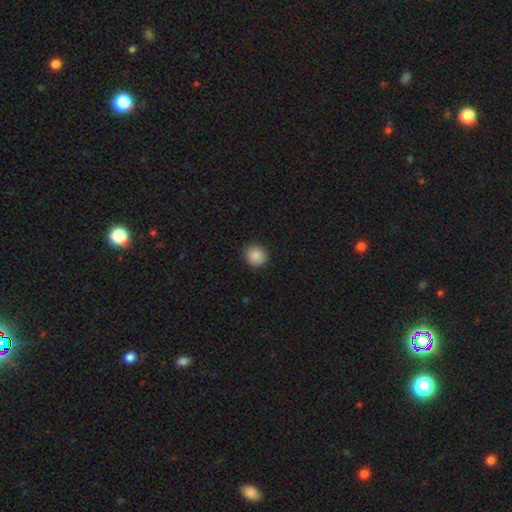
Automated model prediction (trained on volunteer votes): The model was most divided on "how rounded": round: 87%, in between: 12%, cigar-shaped: 1%. More confident: merging — none (89%); smooth or featured — smooth (89%).